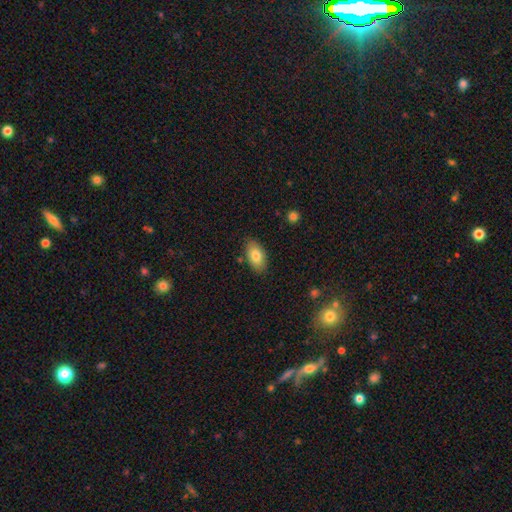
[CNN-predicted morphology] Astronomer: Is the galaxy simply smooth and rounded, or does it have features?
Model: smooth — 81%.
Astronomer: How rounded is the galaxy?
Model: in between — 93%.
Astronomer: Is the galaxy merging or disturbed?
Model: none — 84%.